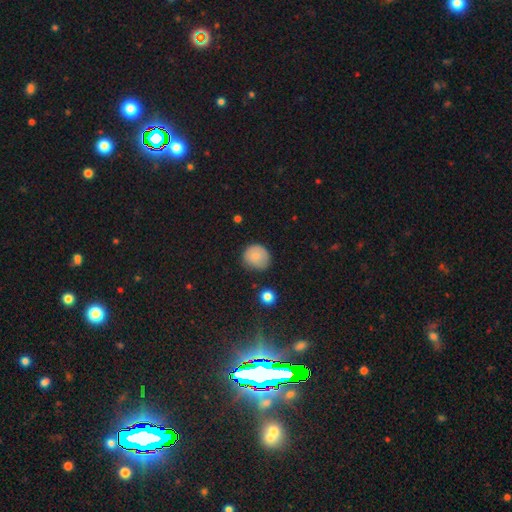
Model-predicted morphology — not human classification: Overall: smooth (81%). How rounded: round (88%). Merging: none (75%).